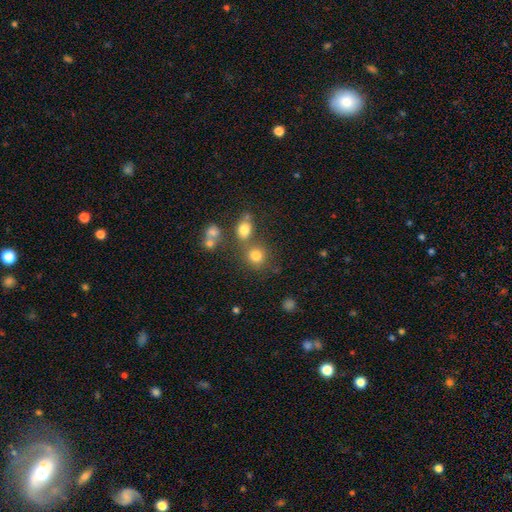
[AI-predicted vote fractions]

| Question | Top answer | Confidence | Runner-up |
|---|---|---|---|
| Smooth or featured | smooth | 78% | star or artifact (14%) |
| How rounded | round | 80% | in between (19%) |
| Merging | none | 62% | merger (23%) |